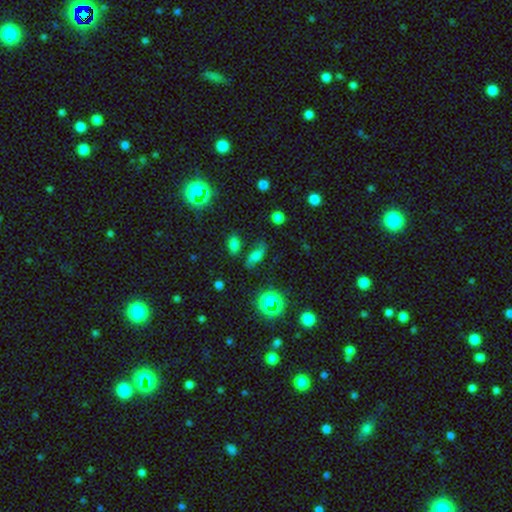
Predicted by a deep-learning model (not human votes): A smooth galaxy with no disk features (52%) that is in between round and cigar-shaped (69%).

Vote fractions:
- Smooth or featured? smooth: 52% / featured or disk: 26% / star or artifact: 22%
- How rounded? in between: 69% / cigar-shaped: 18% / round: 13%
- Merging? none: 62% / minor disturbance: 21% / major disturbance: 10% / merger: 8%